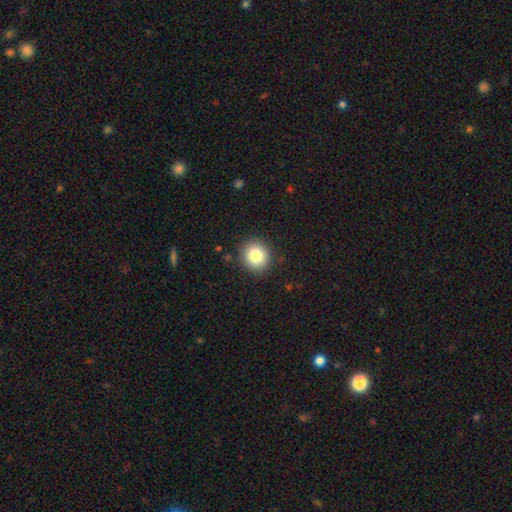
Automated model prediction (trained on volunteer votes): Smooth or featured: smooth — 83% (star or artifact — 10%)
How rounded: round — 81% (in between — 18%)
Merging: none — 89% (minor disturbance — 8%)